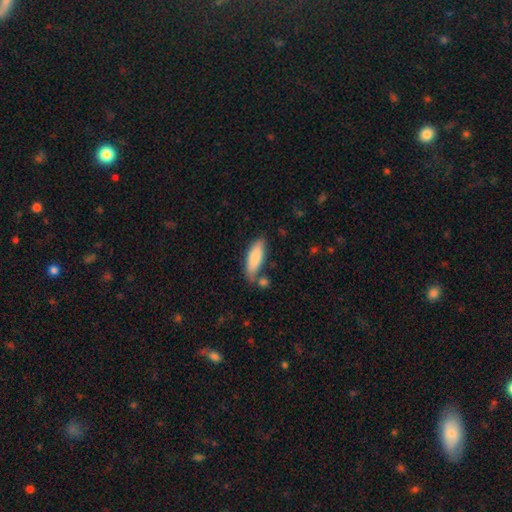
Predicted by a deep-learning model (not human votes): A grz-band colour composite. It shows a smooth galaxy with no disk features (84%) that is in between round and cigar-shaped (61%). Merging: none (66%).